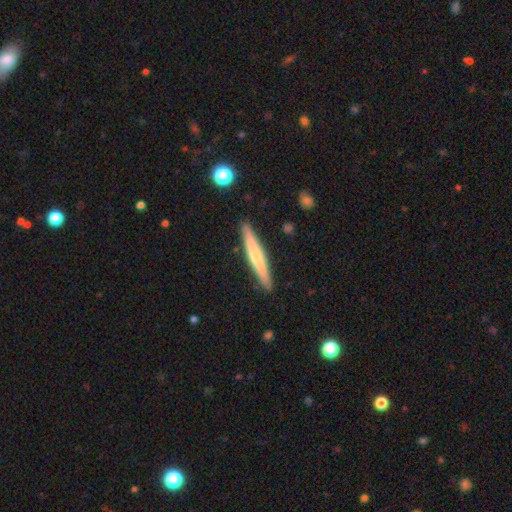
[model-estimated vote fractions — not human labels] Smooth or featured? Predicted: smooth (p=0.54). How rounded? Predicted: cigar-shaped (p=0.95). Merging? Predicted: none (p=0.90).